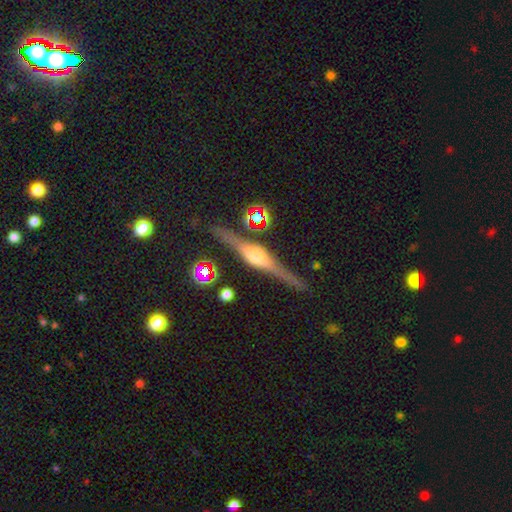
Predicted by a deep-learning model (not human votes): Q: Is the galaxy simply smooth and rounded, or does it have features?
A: featured or disk — 83%.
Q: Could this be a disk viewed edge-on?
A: yes — 97%.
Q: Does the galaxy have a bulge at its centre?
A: rounded — 87%.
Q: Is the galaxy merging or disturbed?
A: none — 84%.